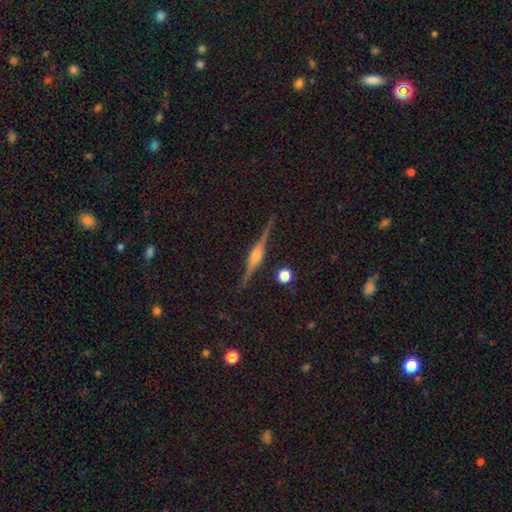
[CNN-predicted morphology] A featured or disk galaxy (86%) viewed edge-on (98%) with a rounded central bulge (83%). Merging: none (90%).